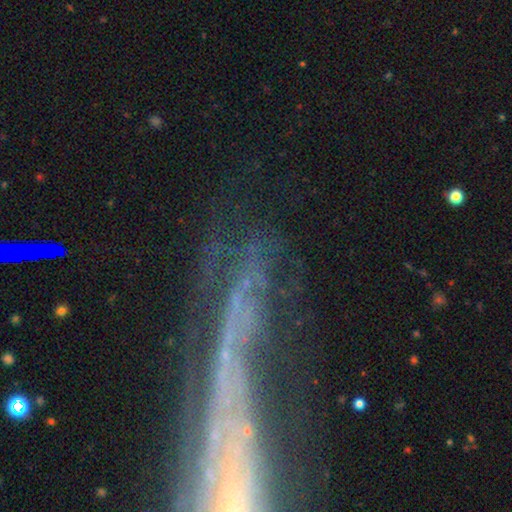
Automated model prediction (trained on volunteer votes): The model was most divided on "smooth or featured": featured or disk: 56%, star or artifact: 29%, smooth: 16%. More confident: edge-on disk — no (73%); merging — none (51%).